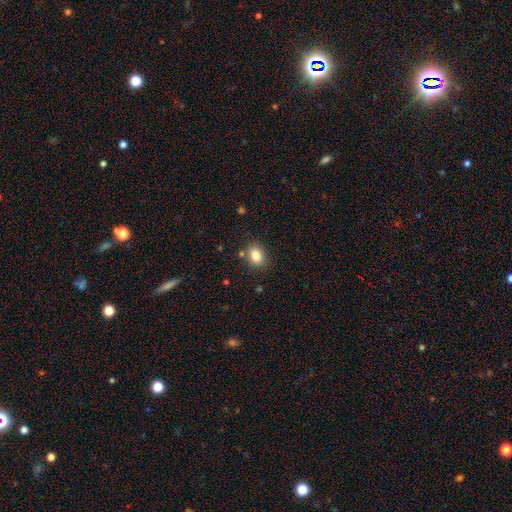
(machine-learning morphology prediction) Q: Smooth or featured?
A: smooth (83%); runner-up: star or artifact (10%)
Q: How rounded?
A: in between (56%); runner-up: round (43%)
Q: Merging?
A: none (81%); runner-up: minor disturbance (12%)